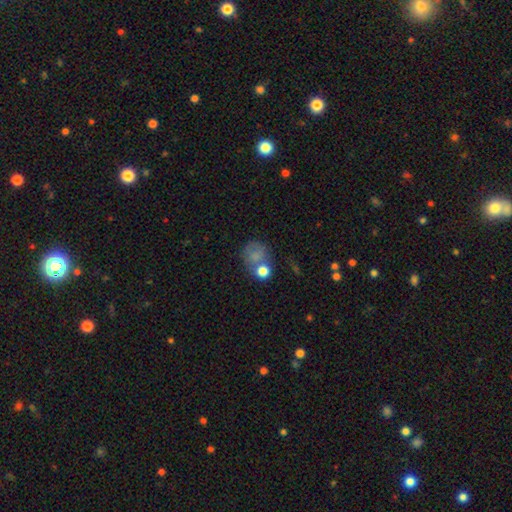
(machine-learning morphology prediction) Smooth or featured?
  - smooth: 70% *
  - featured or disk: 16%
  - star or artifact: 14%
How rounded?
  - round: 70% *
  - in between: 29%
  - cigar-shaped: 1%
Merging?
  - none: 39% *
  - merger: 29%
  - minor disturbance: 16%
  - major disturbance: 15%